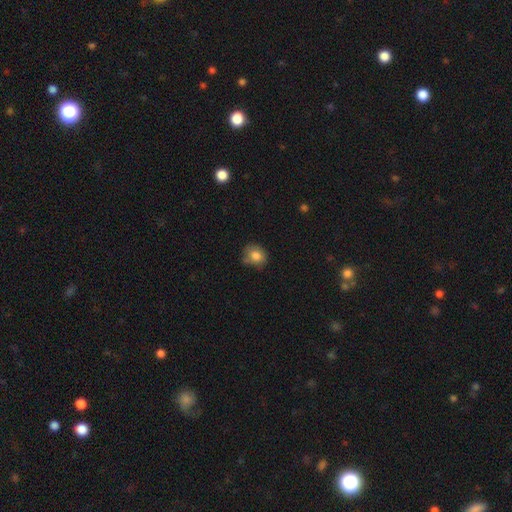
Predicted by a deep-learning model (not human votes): Smooth or featured? Predicted: smooth (p=0.81). How rounded? Predicted: round (p=0.64). Merging? Predicted: none (p=0.65).